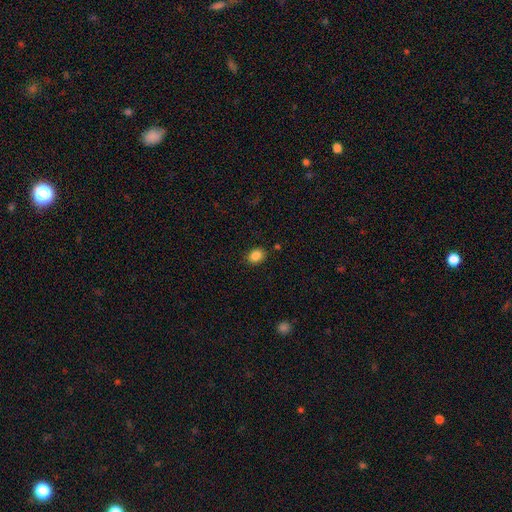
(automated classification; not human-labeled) A smooth galaxy with no disk features (86%) that is in between round and cigar-shaped (58%).

Vote fractions:
- Smooth or featured? smooth: 86% / star or artifact: 9% / featured or disk: 5%
- How rounded? in between: 58% / round: 41% / cigar-shaped: 1%
- Merging? none: 85% / minor disturbance: 10% / major disturbance: 3% / merger: 2%